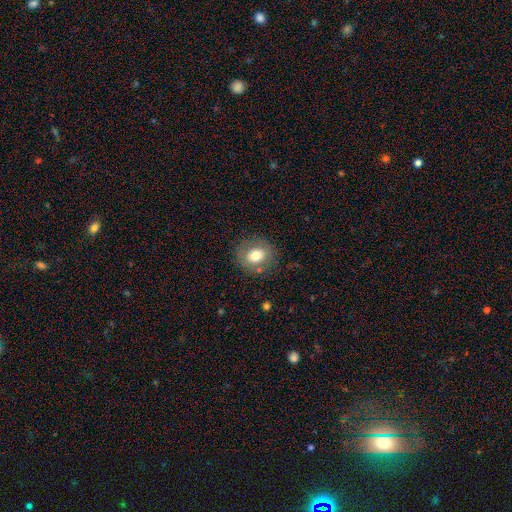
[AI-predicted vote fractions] Smooth or featured: smooth — 69% (featured or disk — 22%)
How rounded: round — 72% (in between — 27%)
Merging: none — 80% (minor disturbance — 12%)